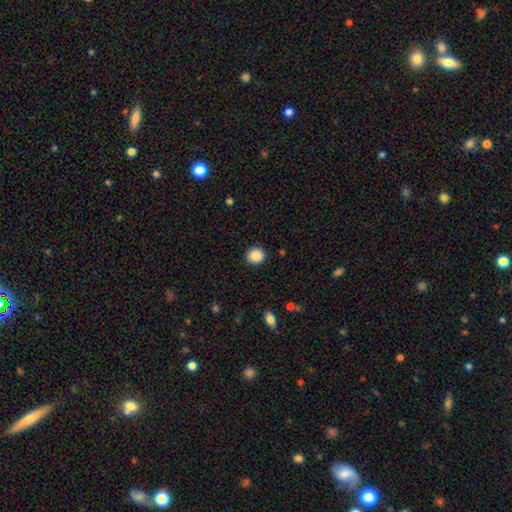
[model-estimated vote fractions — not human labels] Q: Smooth or featured?
A: smooth (89%); runner-up: star or artifact (9%)
Q: How rounded?
A: round (86%); runner-up: in between (13%)
Q: Merging?
A: none (91%); runner-up: minor disturbance (6%)